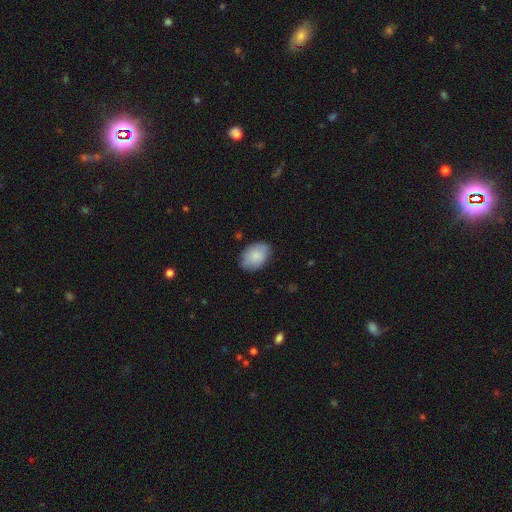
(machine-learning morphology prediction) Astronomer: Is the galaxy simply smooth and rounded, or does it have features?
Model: smooth — 85%.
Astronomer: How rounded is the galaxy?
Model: in between — 84%.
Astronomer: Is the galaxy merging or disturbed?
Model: none — 82%.